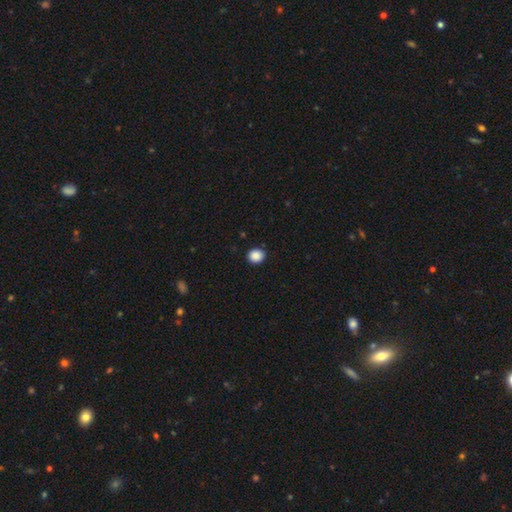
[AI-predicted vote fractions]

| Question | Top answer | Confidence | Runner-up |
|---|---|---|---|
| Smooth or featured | smooth | 89% | star or artifact (9%) |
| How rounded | round | 76% | in between (23%) |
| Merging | none | 91% | minor disturbance (6%) |